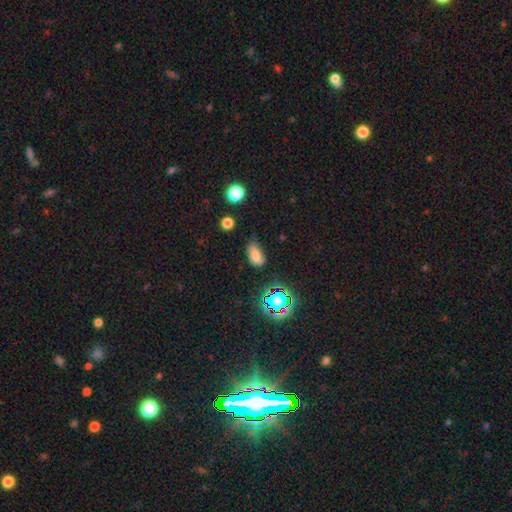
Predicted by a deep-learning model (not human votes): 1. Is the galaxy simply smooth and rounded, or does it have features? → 72% smooth, 16% star or artifact, 12% featured or disk.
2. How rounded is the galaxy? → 86% in between, 7% round, 7% cigar-shaped.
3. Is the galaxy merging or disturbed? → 58% none, 32% minor disturbance, 8% major disturbance, 3% merger.